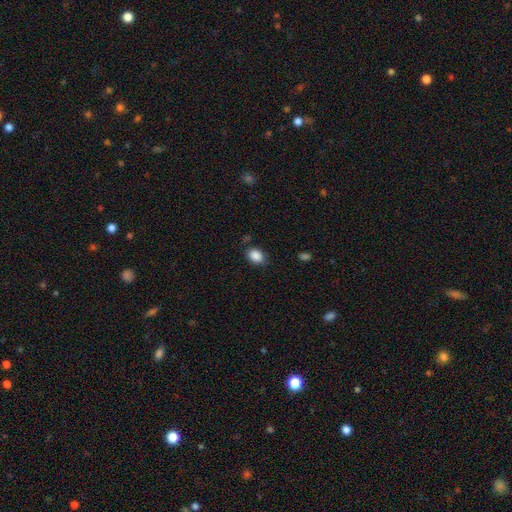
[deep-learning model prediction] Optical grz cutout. It shows a smooth galaxy with no disk features (88%) that is in between round and cigar-shaped (62%). Merging: none (79%).